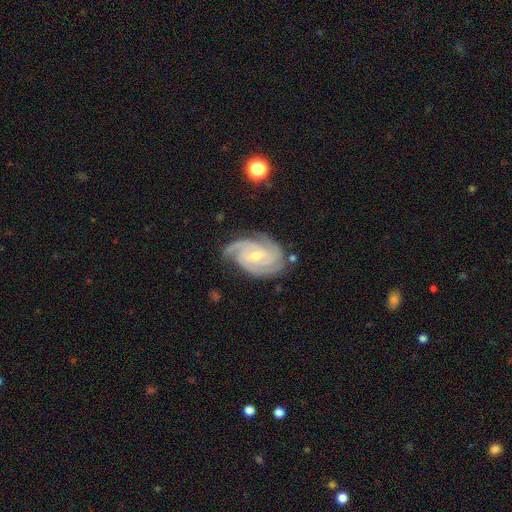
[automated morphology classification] Q: Smooth or featured?
A: featured or disk (91%); runner-up: smooth (4%)
Q: Edge-on disk?
A: no (97%); runner-up: yes (3%)
Q: Bar?
A: no (53%); runner-up: weak (36%)
Q: Spiral arms?
A: yes (98%); runner-up: no (2%)
Q: Spiral winding?
A: tight (70%); runner-up: medium (26%)
Q: Spiral arm count?
A: 3 (49%); runner-up: 4 (16%)
Q: Bulge size?
A: small (56%); runner-up: moderate (41%)
Q: Merging?
A: none (73%); runner-up: minor disturbance (20%)